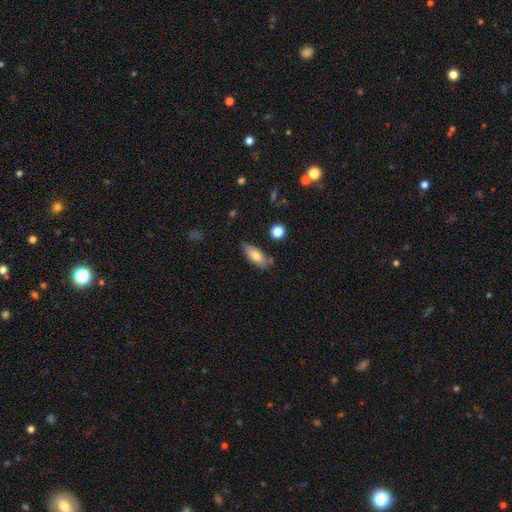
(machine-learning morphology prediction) A smooth galaxy with no disk features (74%) that is in between round and cigar-shaped (82%). Merging: none (72%).